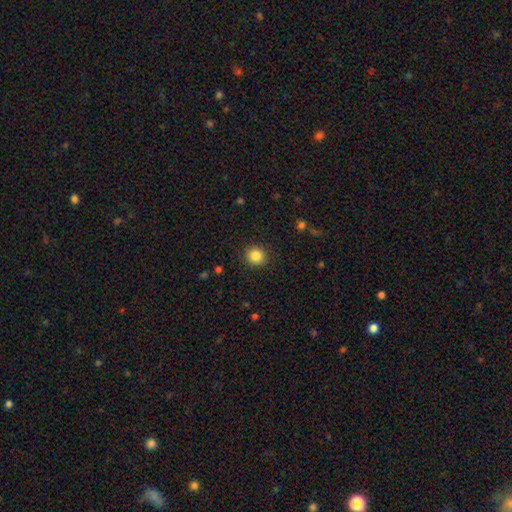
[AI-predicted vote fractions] Smooth or featured: smooth — 85% (star or artifact — 11%)
How rounded: round — 86% (in between — 13%)
Merging: none — 90% (minor disturbance — 7%)